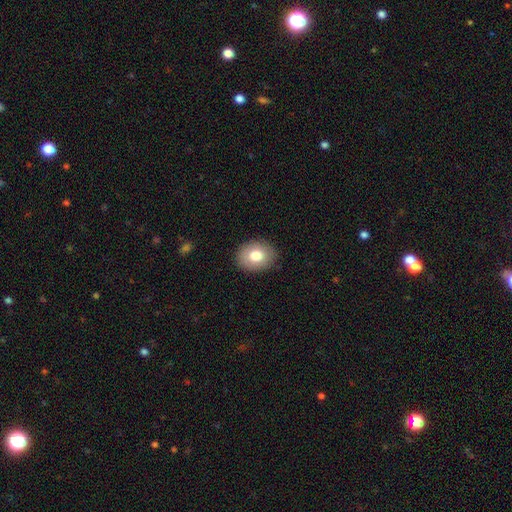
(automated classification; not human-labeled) Smooth or featured?
  - smooth: 79% *
  - featured or disk: 13%
  - star or artifact: 8%
How rounded?
  - in between: 55% *
  - round: 44%
  - cigar-shaped: 1%
Merging?
  - none: 88% *
  - minor disturbance: 9%
  - major disturbance: 2%
  - merger: 1%